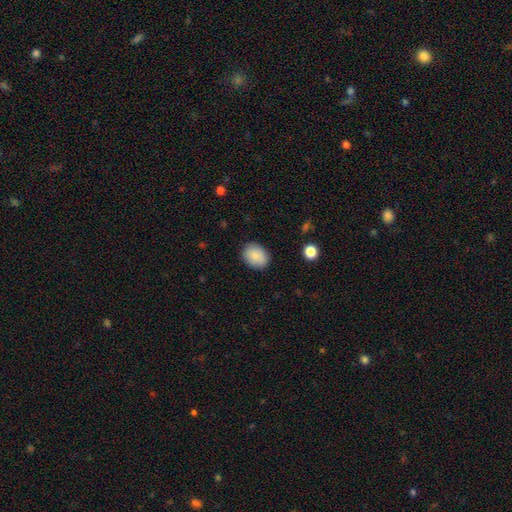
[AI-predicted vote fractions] This appears to be a smooth galaxy with no disk features (86%) that is in between round and cigar-shaped (65%). Merging: none (85%).